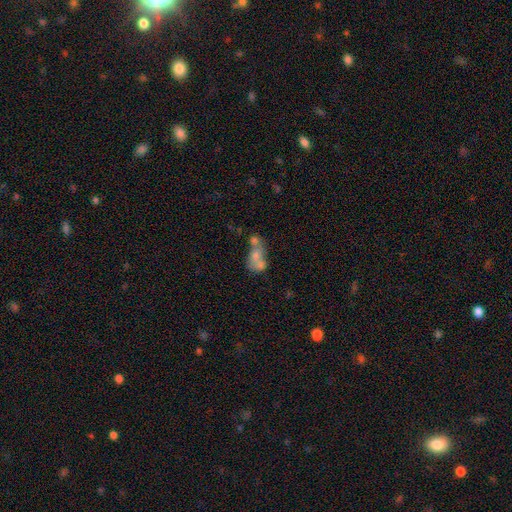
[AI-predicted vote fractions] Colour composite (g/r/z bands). It shows a smooth galaxy with no disk features (55%) that is in between round and cigar-shaped (60%). Merging: merger (65%).